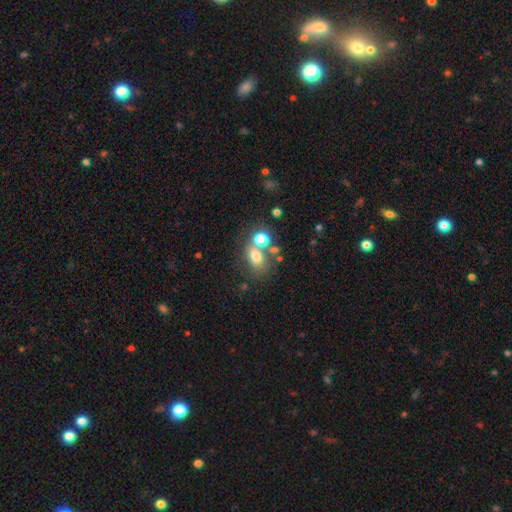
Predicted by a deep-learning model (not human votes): A smooth galaxy with no disk features (71%) that is in between round and cigar-shaped (58%).

Vote fractions:
- Smooth or featured? smooth: 71% / featured or disk: 15% / star or artifact: 15%
- How rounded? in between: 58% / round: 41% / cigar-shaped: 1%
- Merging? none: 47% / merger: 34% / minor disturbance: 12% / major disturbance: 7%